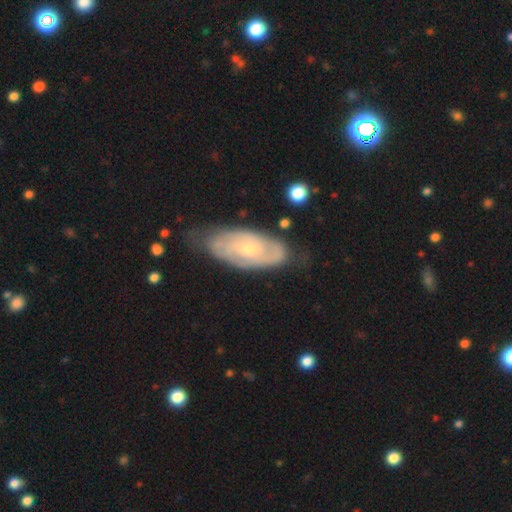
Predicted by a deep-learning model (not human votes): Q: Smooth or featured?
A: featured or disk (73%); runner-up: smooth (22%)
Q: Edge-on disk?
A: no (93%); runner-up: yes (7%)
Q: Bar?
A: no (49%); runner-up: weak (43%)
Q: Spiral arms?
A: yes (86%); runner-up: no (14%)
Q: Spiral winding?
A: tight (59%); runner-up: medium (31%)
Q: Spiral arm count?
A: can't tell (43%); runner-up: 2 (39%)
Q: Bulge size?
A: small (57%); runner-up: moderate (38%)
Q: Merging?
A: none (62%); runner-up: minor disturbance (25%)